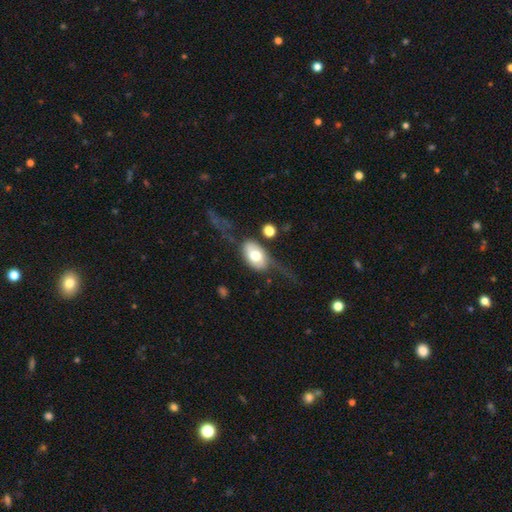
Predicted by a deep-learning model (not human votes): Smooth or featured? smooth (54%)
How rounded? in between (88%)
Merging? major disturbance (40%)